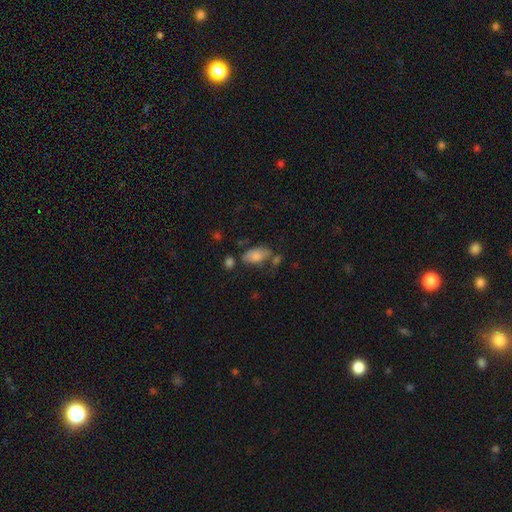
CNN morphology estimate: Smooth or featured? Predicted: smooth (p=0.80). How rounded? Predicted: in between (p=0.91). Merging? Predicted: none (p=0.49).